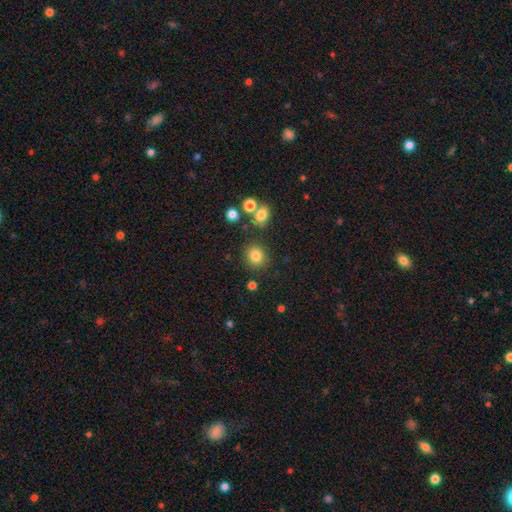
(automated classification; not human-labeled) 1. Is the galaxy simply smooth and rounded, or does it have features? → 82% smooth, 12% star or artifact, 6% featured or disk.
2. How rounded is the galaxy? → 82% round, 17% in between, 1% cigar-shaped.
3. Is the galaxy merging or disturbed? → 82% none, 9% minor disturbance, 5% merger, 3% major disturbance.